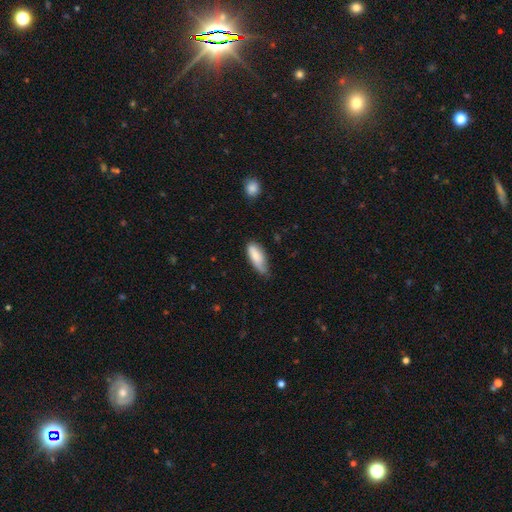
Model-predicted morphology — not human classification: Smooth or featured? Predicted: smooth (p=0.80). How rounded? Predicted: in between (p=0.73). Merging? Predicted: none (p=0.49).